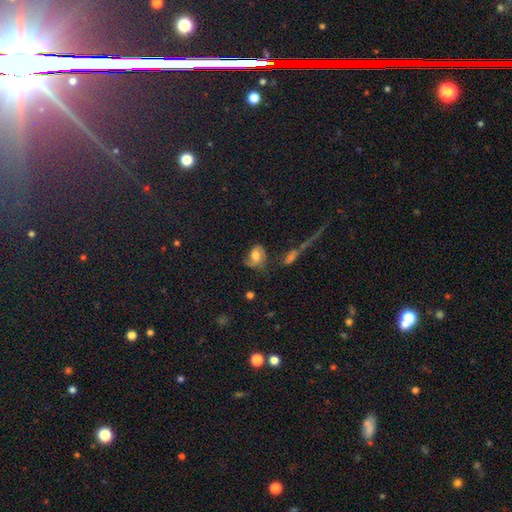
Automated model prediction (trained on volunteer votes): A smooth galaxy with no disk features (49%). Merging: none (49%).